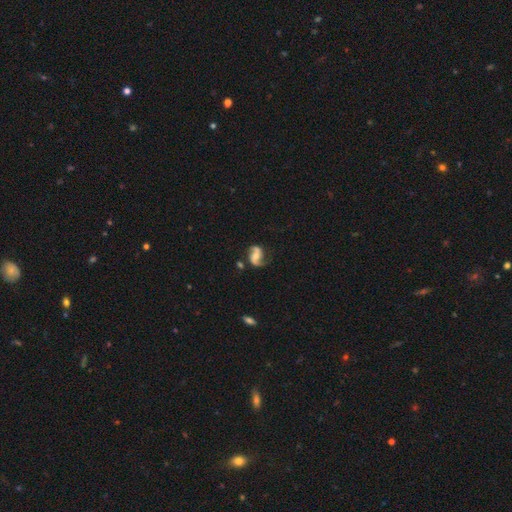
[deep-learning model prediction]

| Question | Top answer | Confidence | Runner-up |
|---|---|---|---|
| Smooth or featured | featured or disk | 83% | smooth (10%) |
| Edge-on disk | no | 98% | yes (2%) |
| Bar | no | 49% | weak (36%) |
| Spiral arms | yes | 95% | no (5%) |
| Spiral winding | loose | 56% | medium (35%) |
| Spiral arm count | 2 | 89% | 1 (5%) |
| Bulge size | moderate | 42% | small (36%) |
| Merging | none | 64% | minor disturbance (19%) |